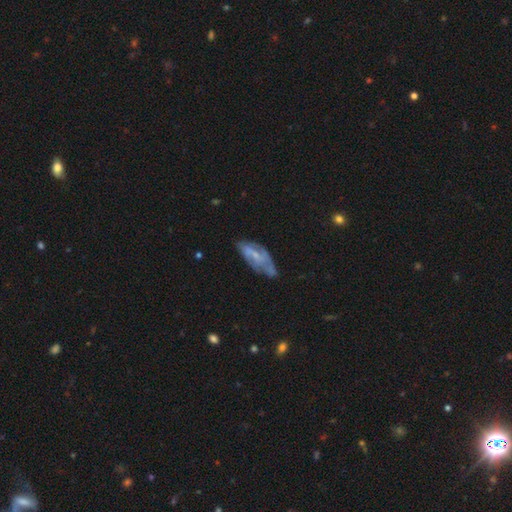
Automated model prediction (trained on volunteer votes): This is possibly a featured or disk galaxy (59%). It is clearly not viewed edge-on (85%). Merging: possibly none (52%).